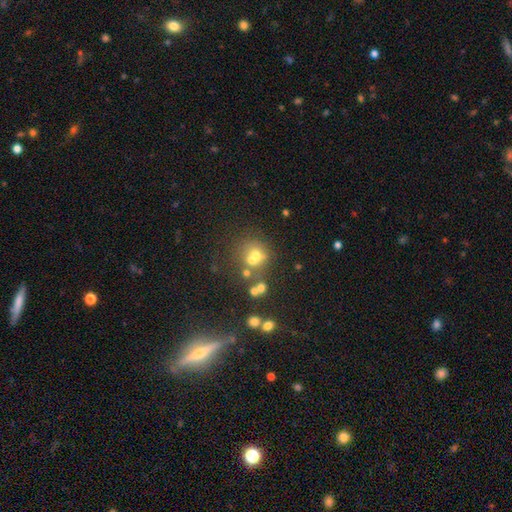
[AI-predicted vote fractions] The model was most divided on "merging": none: 46%, merger: 36%, minor disturbance: 11%, major disturbance: 7%. More confident: how rounded — round (81%); smooth or featured — smooth (56%).